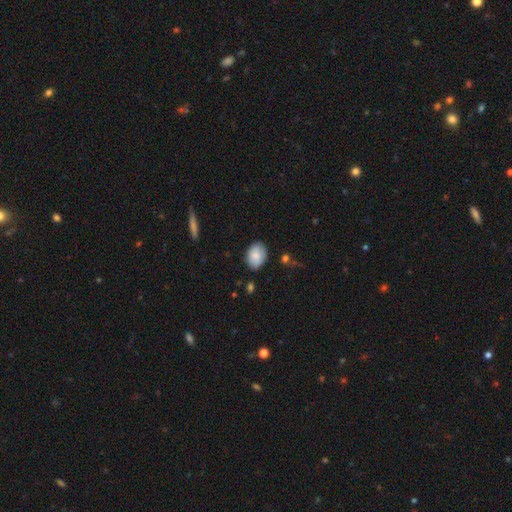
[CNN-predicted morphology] A smooth galaxy with no disk features (84%) that is in between round and cigar-shaped (80%).

Vote fractions:
- Smooth or featured? smooth: 84% / featured or disk: 10% / star or artifact: 7%
- How rounded? in between: 80% / round: 19% / cigar-shaped: 1%
- Merging? none: 81% / minor disturbance: 14% / major disturbance: 3% / merger: 2%